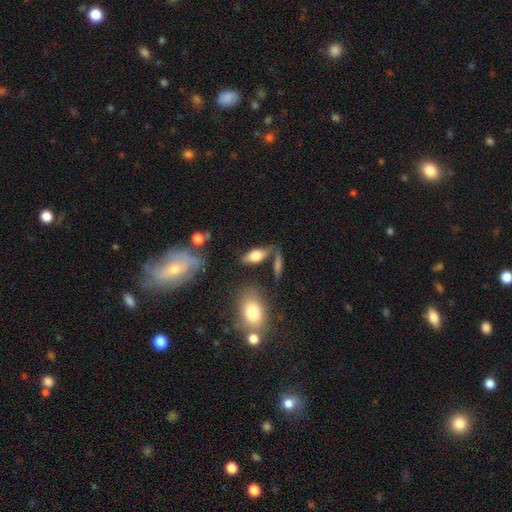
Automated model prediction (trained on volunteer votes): Morphology: type=smooth (67%); roundness=in between (78%); merging=none (67%).